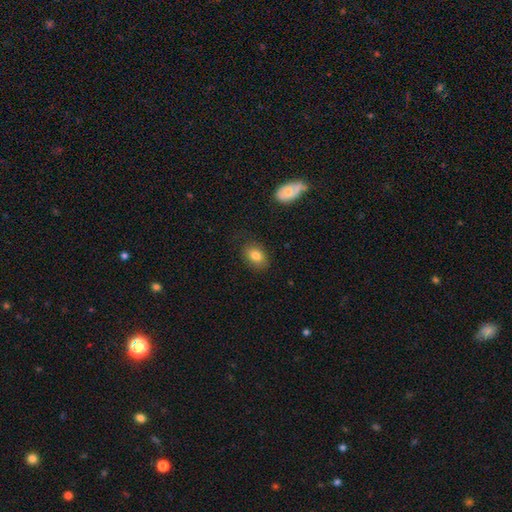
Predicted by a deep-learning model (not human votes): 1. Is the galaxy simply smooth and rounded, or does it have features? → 81% smooth, 10% featured or disk, 9% star or artifact.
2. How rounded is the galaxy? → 80% in between, 19% round, 1% cigar-shaped.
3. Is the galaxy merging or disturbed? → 83% none, 13% minor disturbance, 3% major disturbance, 1% merger.